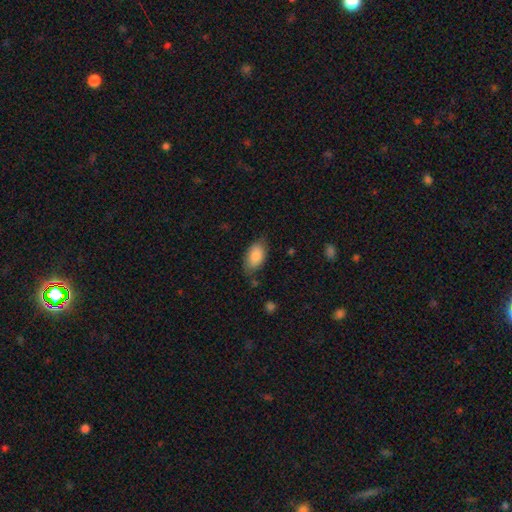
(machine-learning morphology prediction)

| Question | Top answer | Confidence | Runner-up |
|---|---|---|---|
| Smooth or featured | smooth | 85% | featured or disk (9%) |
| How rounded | in between | 93% | round (5%) |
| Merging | none | 70% | minor disturbance (22%) |